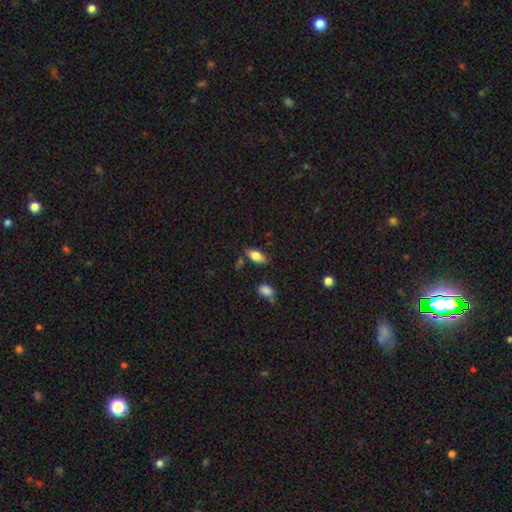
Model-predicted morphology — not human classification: smooth 80%, featured or disk 12%, star or artifact 8%. Down the decision tree: how rounded — in between (88%); merging — none (77%).